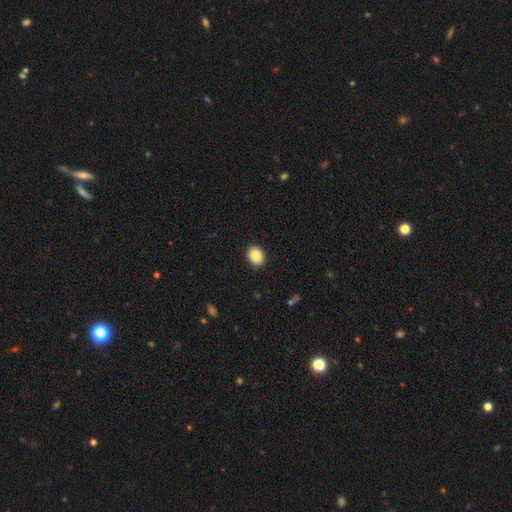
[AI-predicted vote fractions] Smooth or featured: smooth — 87% (star or artifact — 8%)
How rounded: in between — 52% (round — 47%)
Merging: none — 90% (minor disturbance — 7%)